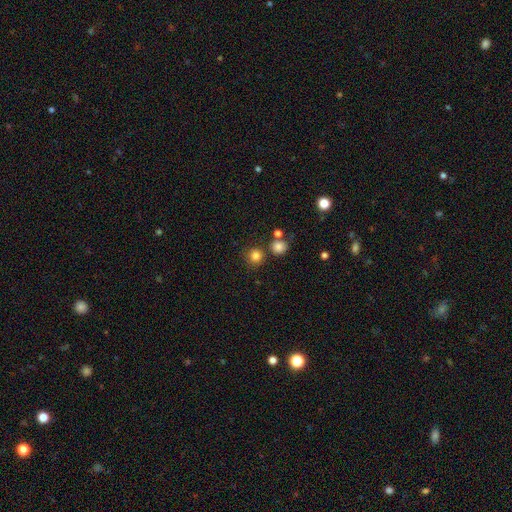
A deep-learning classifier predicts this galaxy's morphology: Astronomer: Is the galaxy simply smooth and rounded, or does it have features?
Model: smooth — 82%.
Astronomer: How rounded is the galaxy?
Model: round — 92%.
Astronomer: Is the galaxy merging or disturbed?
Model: none — 78%.